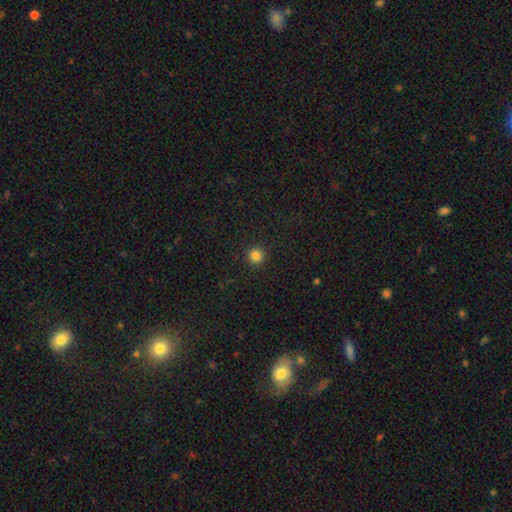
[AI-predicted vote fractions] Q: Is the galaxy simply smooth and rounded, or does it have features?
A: smooth — 84%.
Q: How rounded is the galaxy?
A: round — 95%.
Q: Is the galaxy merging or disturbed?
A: none — 92%.